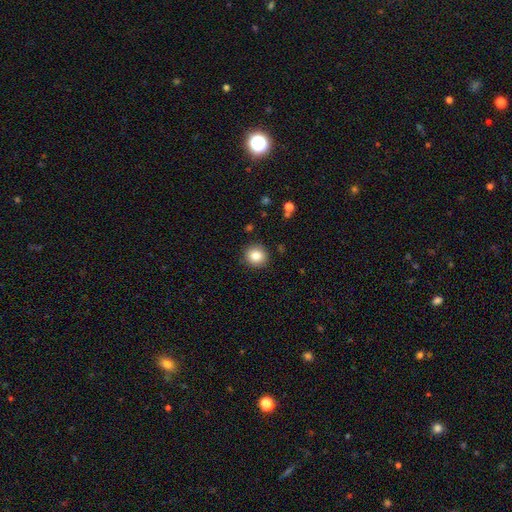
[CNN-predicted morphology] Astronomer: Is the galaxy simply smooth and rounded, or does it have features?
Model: smooth — 84%.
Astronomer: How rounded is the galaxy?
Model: round — 90%.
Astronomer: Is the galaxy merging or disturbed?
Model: none — 90%.